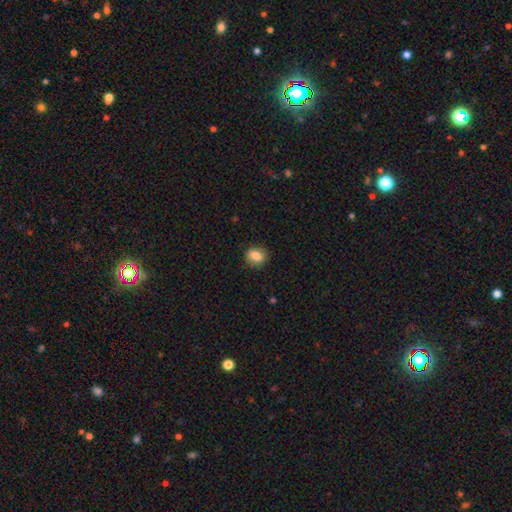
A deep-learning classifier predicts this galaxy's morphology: Smooth or featured? Predicted: smooth (p=0.80). How rounded? Predicted: round (p=0.57). Merging? Predicted: none (p=0.83).